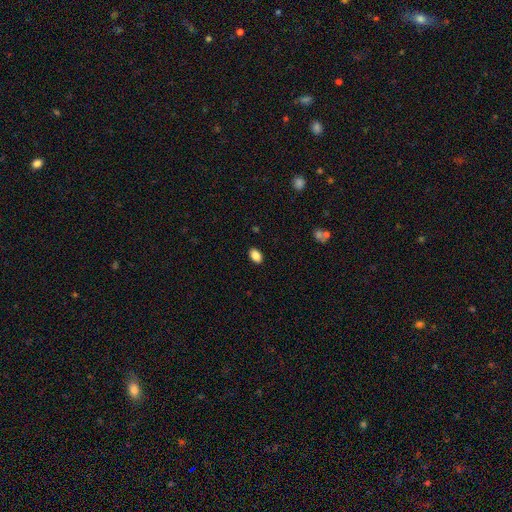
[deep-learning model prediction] Smooth or featured? Predicted: smooth (p=0.87). How rounded? Predicted: in between (p=0.88). Merging? Predicted: none (p=0.89).